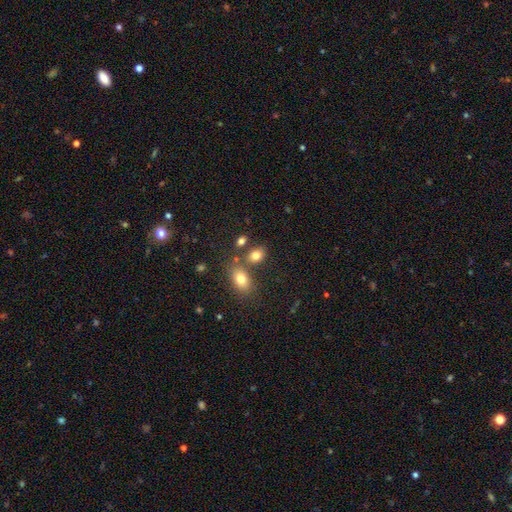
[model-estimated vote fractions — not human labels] smooth-or-featured: smooth: 79% | star or artifact: 11% | featured or disk: 9%
  how-rounded: in between: 72% | round: 27% | cigar-shaped: 2%
  merging: none: 63% | merger: 21% | minor disturbance: 12% | major disturbance: 4%